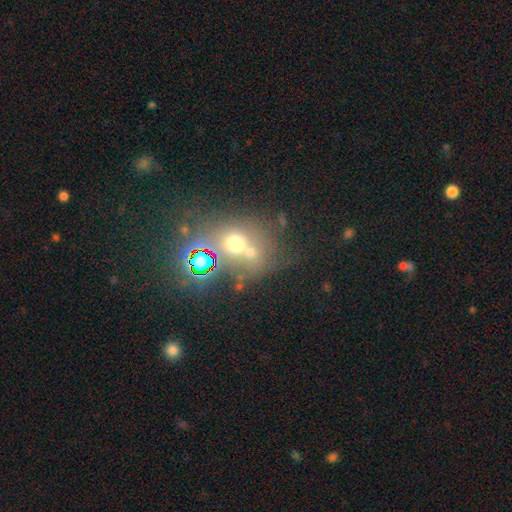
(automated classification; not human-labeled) A star or artifact, not a galaxy (42%).

Vote fractions:
- Smooth or featured? star or artifact: 42% / smooth: 38% / featured or disk: 20%